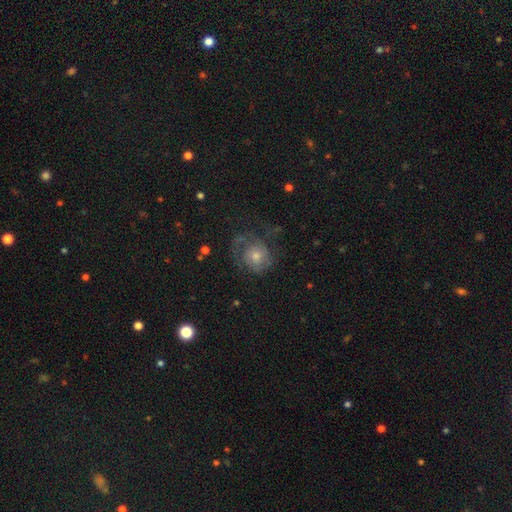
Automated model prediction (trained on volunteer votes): smooth-or-featured: featured or disk: 60% | smooth: 27% | star or artifact: 13%
  disk-edge-on: no: 97% | yes: 3%
    bar: no: 81% | weak: 16% | strong: 3%
    has-spiral-arms: yes: 81% | no: 19%
    bulge-size: moderate: 52% | small: 37% | large: 7% | none: 3% | dominant: 2%
  merging: none: 59% | major disturbance: 21% | minor disturbance: 19% | merger: 2%